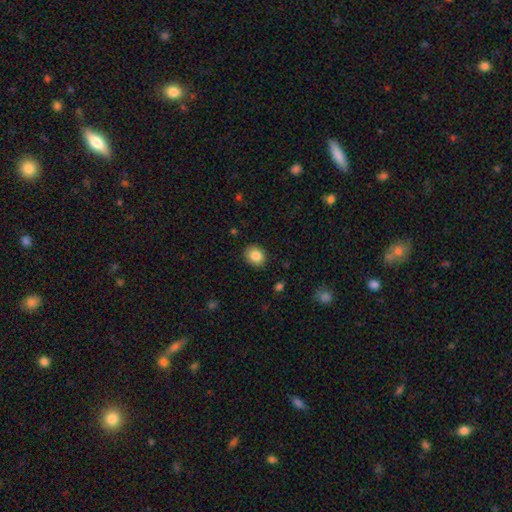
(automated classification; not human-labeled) This is clearly a smooth galaxy (85%). How rounded: likely round (61%). Merging: clearly none (89%).